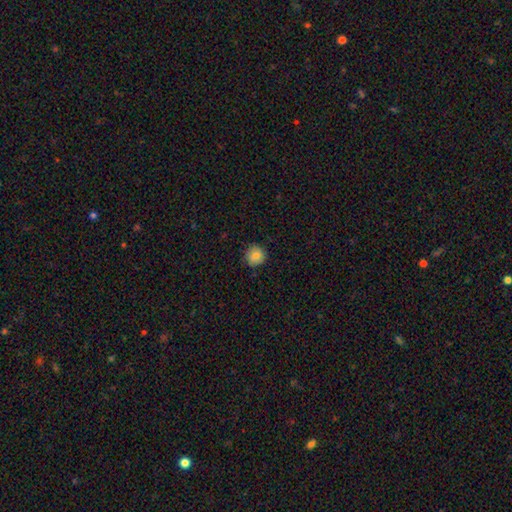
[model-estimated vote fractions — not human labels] Smooth or featured?
  - smooth: 82% *
  - star or artifact: 10%
  - featured or disk: 9%
How rounded?
  - round: 93% *
  - in between: 7%
  - cigar-shaped: 1%
Merging?
  - none: 86% *
  - minor disturbance: 11%
  - major disturbance: 2%
  - merger: 1%